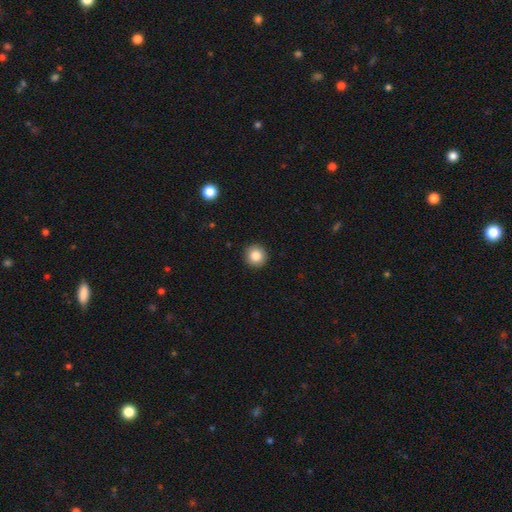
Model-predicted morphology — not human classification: Smooth or featured? smooth (85%)
How rounded? round (95%)
Merging? none (93%)